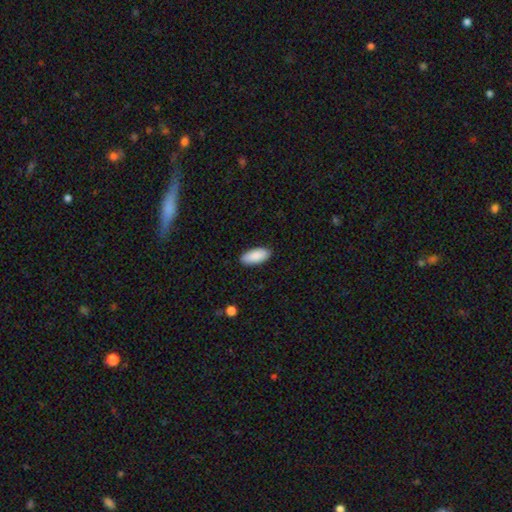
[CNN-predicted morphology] This is clearly a smooth galaxy (90%). How rounded: clearly in between (90%). Merging: clearly none (89%).